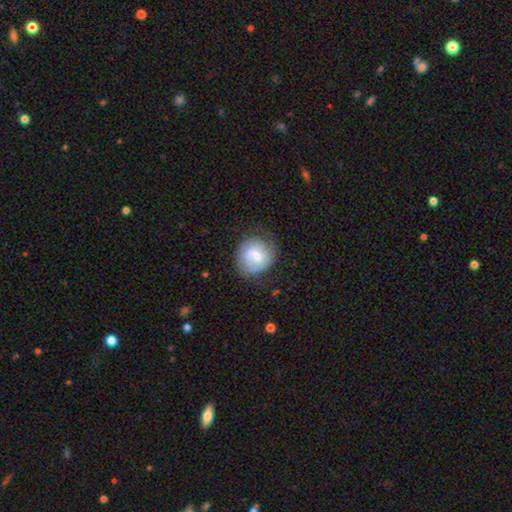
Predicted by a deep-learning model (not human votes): Smooth or featured? smooth (55%)
How rounded? round (84%)
Merging? none (70%)